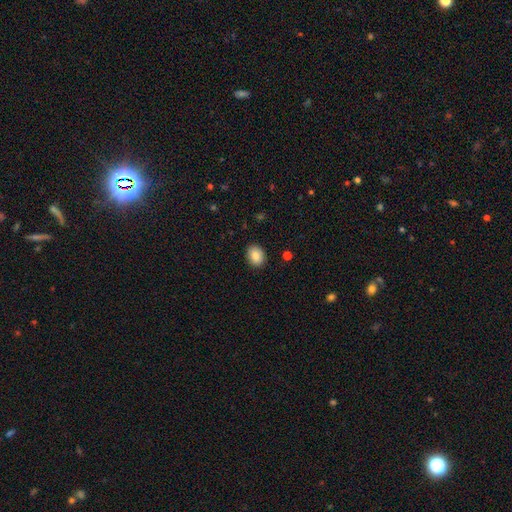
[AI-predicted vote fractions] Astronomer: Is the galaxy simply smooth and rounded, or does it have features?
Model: smooth — 85%.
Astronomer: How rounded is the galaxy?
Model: in between — 57% (runner-up: round, 43%).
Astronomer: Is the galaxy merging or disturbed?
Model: none — 89%.